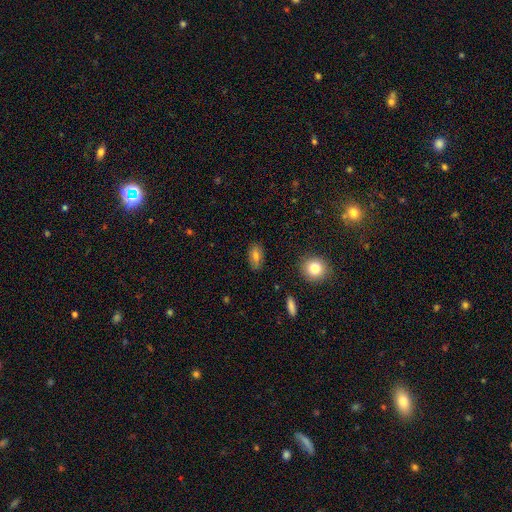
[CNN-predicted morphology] smooth_or_featured: smooth (p=0.73) [alt: featured or disk p=0.18]
how_rounded: in between (p=0.85) [alt: cigar-shaped p=0.09]
merging: none (p=0.84) [alt: minor disturbance p=0.12]